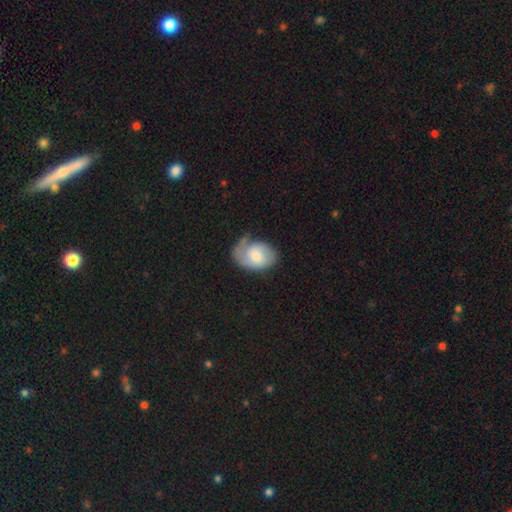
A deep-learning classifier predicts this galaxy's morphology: The model was most divided on "bulge size" (2-way tie): small: 38%, moderate: 38%, large: 12%, none: 8%, dominant: 3%. Remaining: edge-on disk — no (97%); spiral arms — yes (86%); bar — no (68%); smooth or featured — featured or disk (54%); merging — none (42%).